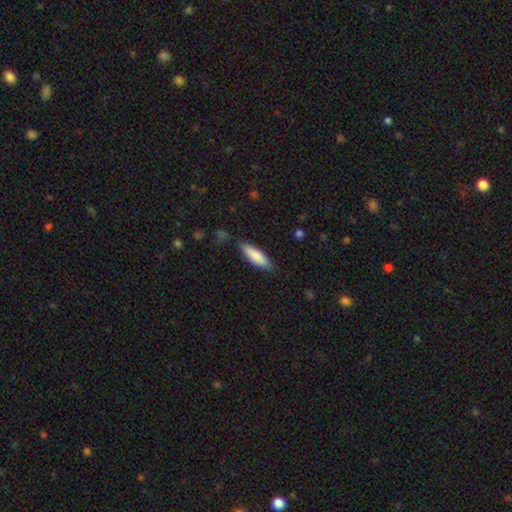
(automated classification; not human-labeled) This appears to be a smooth galaxy with no disk features (84%) that is cigar-shaped (50%). Merging: none (80%).